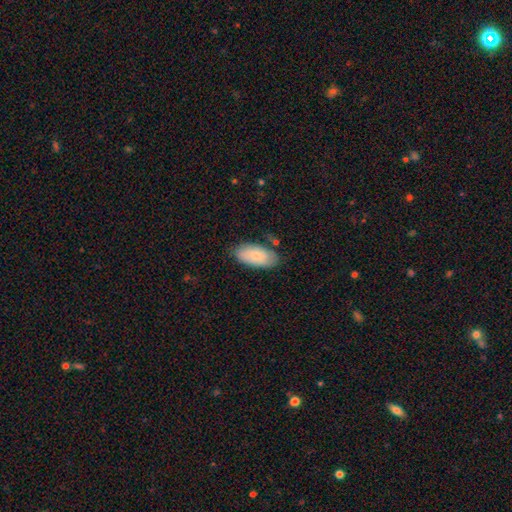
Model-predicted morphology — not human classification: smooth_or_featured: smooth (p=0.75) [alt: featured or disk p=0.19]
how_rounded: in between (p=0.93) [alt: cigar-shaped p=0.05]
merging: none (p=0.72) [alt: minor disturbance p=0.20]